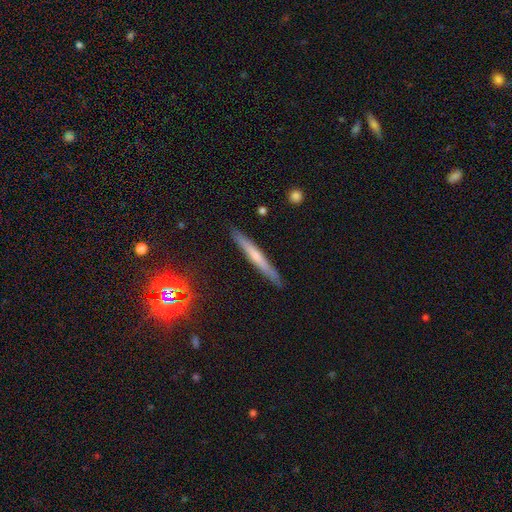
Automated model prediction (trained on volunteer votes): Morphology: type=featured or disk (46%); merging=none (89%).